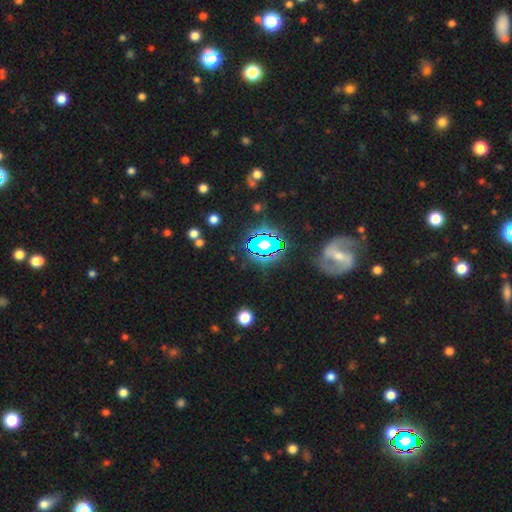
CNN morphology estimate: Smooth or featured? star or artifact (51%)